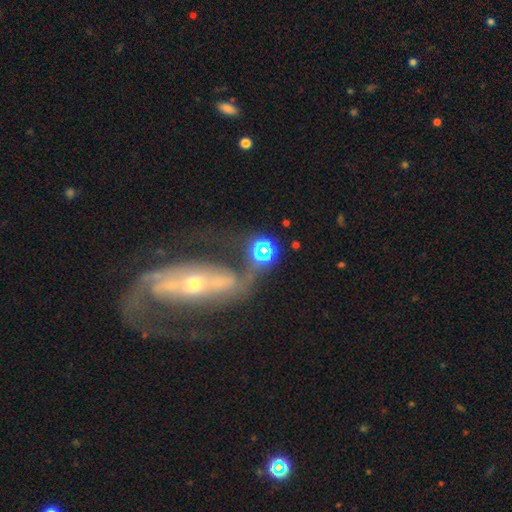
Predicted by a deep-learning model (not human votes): A featured or disk galaxy (78%) with a strong bar (44%), 2 (85%) medium (44%) spiral arms (88%) and a moderate central bulge (53%).

Vote fractions:
- Smooth or featured? featured or disk: 78% / smooth: 14% / star or artifact: 8%
- Edge-on disk? no: 89% / yes: 11%
- Bar? strong: 44% / no: 29% / weak: 27%
- Spiral arms? yes: 88% / no: 12%
- Spiral winding? medium: 44% / loose: 33% / tight: 23%
- Spiral arm count? 2: 85% / can't tell: 7% / 1: 4% / 3: 2% / 4: 1% / more than 4: 1%
- Bulge size? moderate: 53% / small: 39% / large: 5% / none: 2% / dominant: 2%
- Merging? none: 43% / merger: 25% / major disturbance: 17% / minor disturbance: 15%